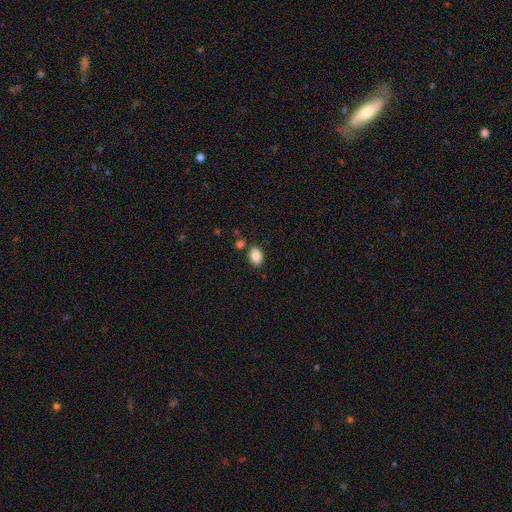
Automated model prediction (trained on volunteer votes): The model was most divided on "how rounded": in between: 85%, round: 14%, cigar-shaped: 1%. More confident: smooth or featured — smooth (86%); merging — none (82%).